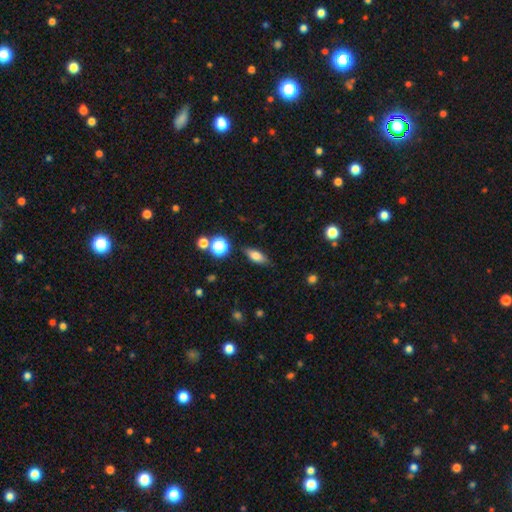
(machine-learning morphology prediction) This appears to be a smooth galaxy with no disk features (74%) that is in between round and cigar-shaped (74%). Merging: none (83%).